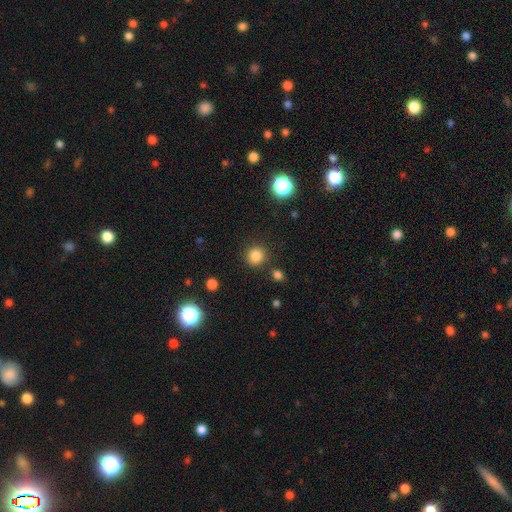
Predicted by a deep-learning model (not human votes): Smooth or featured: smooth — 83% (star or artifact — 13%)
How rounded: round — 91% (in between — 9%)
Merging: none — 86% (minor disturbance — 7%)